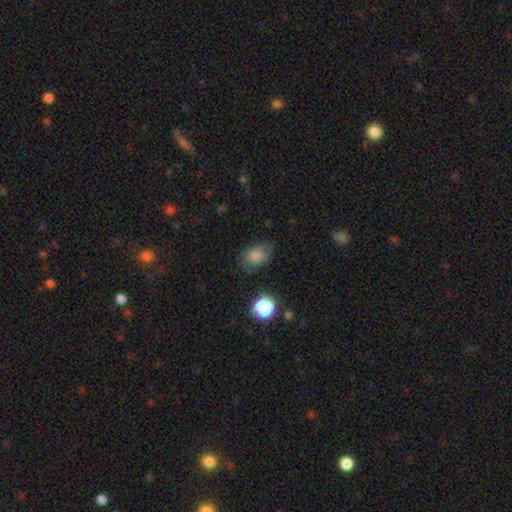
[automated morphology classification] Q: Smooth or featured?
A: smooth (75%); runner-up: featured or disk (13%)
Q: How rounded?
A: in between (75%); runner-up: round (23%)
Q: Merging?
A: none (60%); runner-up: minor disturbance (27%)